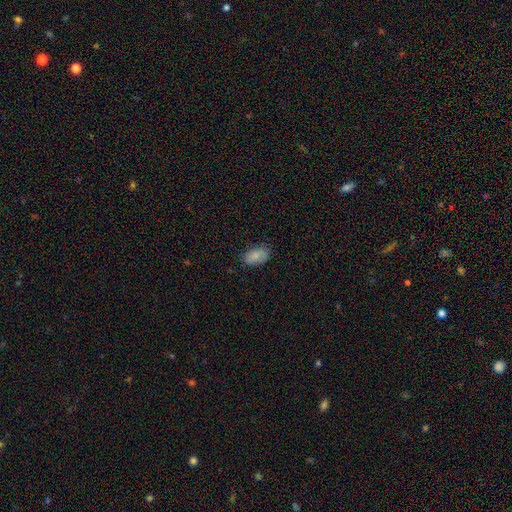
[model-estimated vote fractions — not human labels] A smooth galaxy with no disk features (85%) that is in between round and cigar-shaped (93%).

Vote fractions:
- Smooth or featured? smooth: 85% / star or artifact: 7% / featured or disk: 7%
- How rounded? in between: 93% / round: 5% / cigar-shaped: 2%
- Merging? none: 78% / minor disturbance: 18% / major disturbance: 3% / merger: 1%